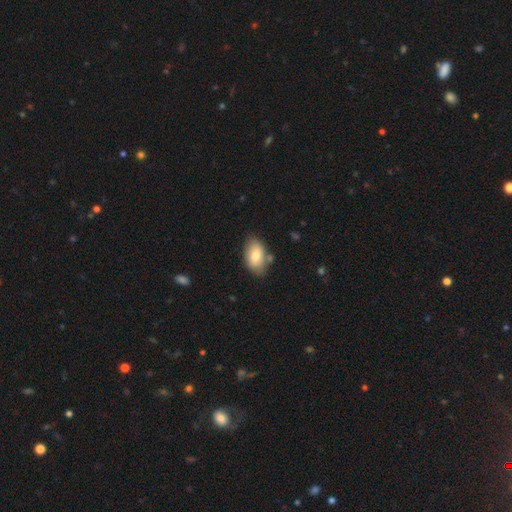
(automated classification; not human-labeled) A smooth galaxy with no disk features (77%) that is in between round and cigar-shaped (91%).

Vote fractions:
- Smooth or featured? smooth: 77% / featured or disk: 17% / star or artifact: 7%
- How rounded? in between: 91% / round: 8% / cigar-shaped: 1%
- Merging? none: 72% / minor disturbance: 18% / merger: 6% / major disturbance: 4%